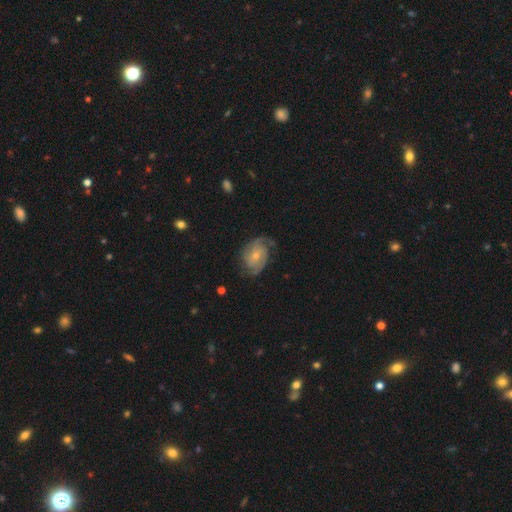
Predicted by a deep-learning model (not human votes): Overall: featured or disk (83%). Edge-on disk: no (97%). Bar: no (59%; weak 34%). Spiral arms: yes (95%). Spiral arm count: 2 (60%). Spiral winding: tight (43%; medium 41%). Bulge size: small (58%; moderate 37%). Merging: none (68%).